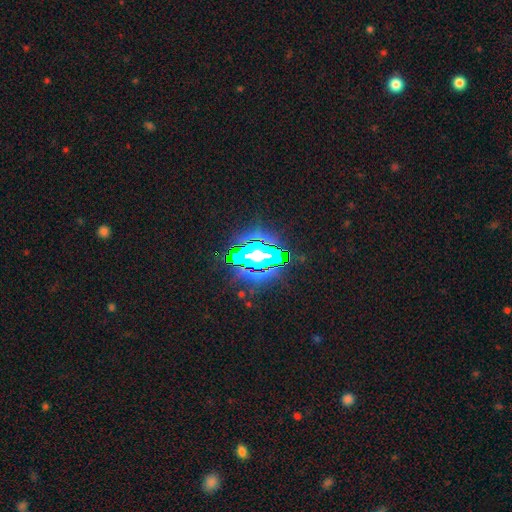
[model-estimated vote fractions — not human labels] Smooth or featured: star or artifact — 63% (smooth — 21%)